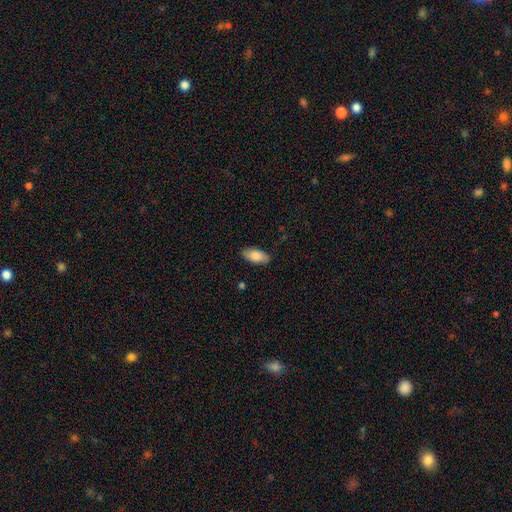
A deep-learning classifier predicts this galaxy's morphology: smooth-or-featured: smooth: 84% | featured or disk: 10% | star or artifact: 6%
  how-rounded: in between: 90% | cigar-shaped: 8% | round: 2%
  merging: none: 86% | minor disturbance: 10% | major disturbance: 2% | merger: 1%